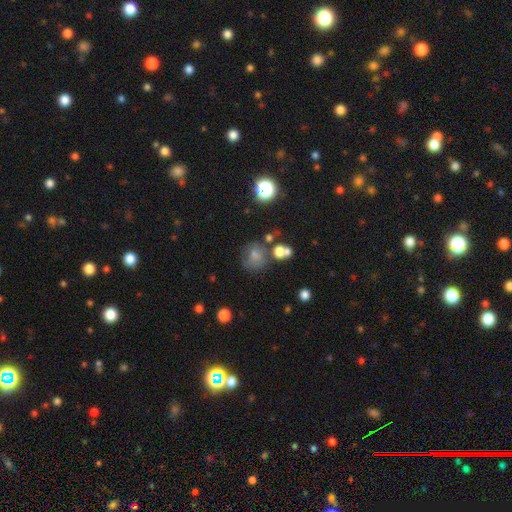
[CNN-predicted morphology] A smooth galaxy with no disk features (67%) that is round (76%).

Vote fractions:
- Smooth or featured? smooth: 67% / star or artifact: 18% / featured or disk: 15%
- How rounded? round: 76% / in between: 23% / cigar-shaped: 1%
- Merging? none: 52% / minor disturbance: 20% / merger: 15% / major disturbance: 13%